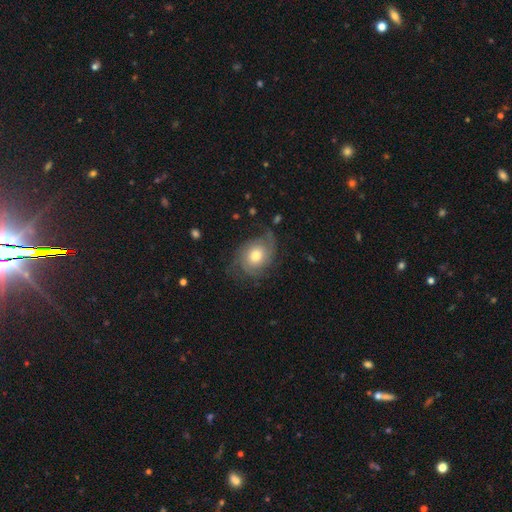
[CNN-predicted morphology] Smooth or featured? Predicted: featured or disk (p=0.62). Edge-on disk? Predicted: no (p=0.97). Bar? Predicted: no (p=0.79). Spiral arms? Predicted: yes (p=0.89). Spiral winding? Predicted: medium (p=0.39). Spiral arm count? Predicted: 2 (p=0.42). Bulge size? Predicted: moderate (p=0.65). Merging? Predicted: none (p=0.61).